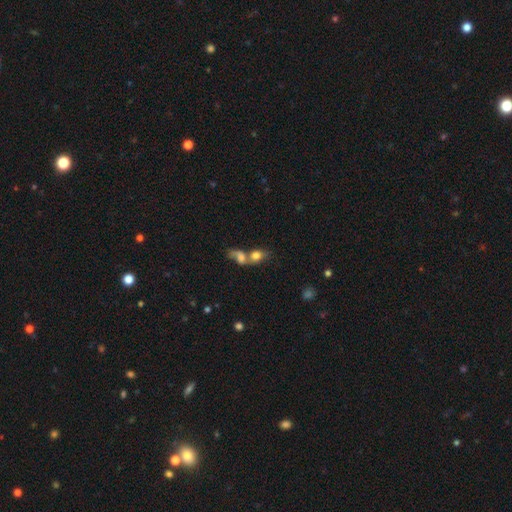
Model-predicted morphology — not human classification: A smooth galaxy with no disk features (71%) that is in between round and cigar-shaped (60%). Merging: merger (71%).